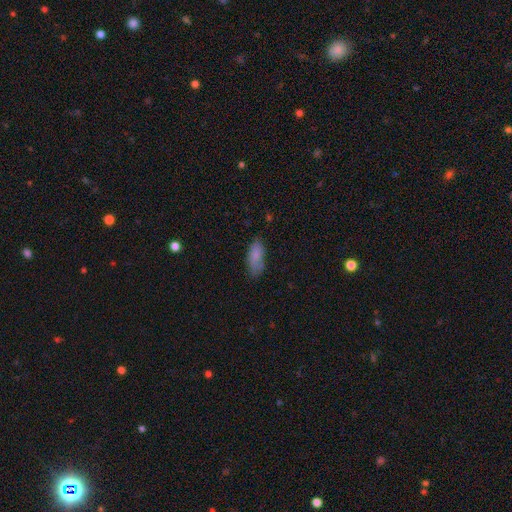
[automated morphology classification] Smooth or featured? Predicted: smooth (p=0.84). How rounded? Predicted: in between (p=0.78). Merging? Predicted: none (p=0.66).